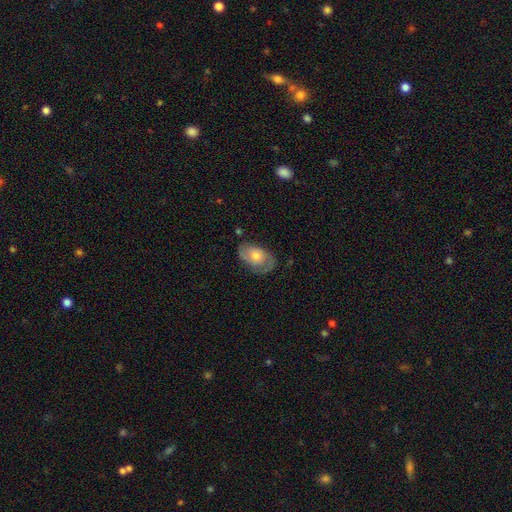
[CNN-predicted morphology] Q: Smooth or featured?
A: featured or disk (58%); runner-up: smooth (35%)
Q: Edge-on disk?
A: no (94%); runner-up: yes (6%)
Q: Bar?
A: no (79%); runner-up: weak (18%)
Q: Spiral arms?
A: yes (78%); runner-up: no (22%)
Q: Bulge size?
A: moderate (60%); runner-up: small (25%)
Q: Merging?
A: none (68%); runner-up: minor disturbance (22%)